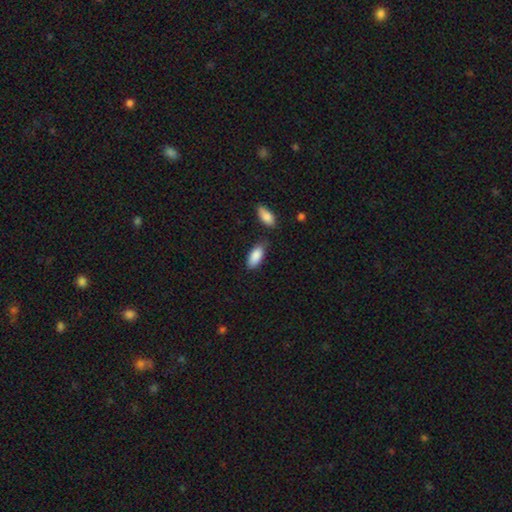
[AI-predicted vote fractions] The model was most divided on "merging": none: 73%, minor disturbance: 16%, merger: 7%, major disturbance: 3%. More confident: smooth or featured — smooth (88%); how rounded — in between (88%).